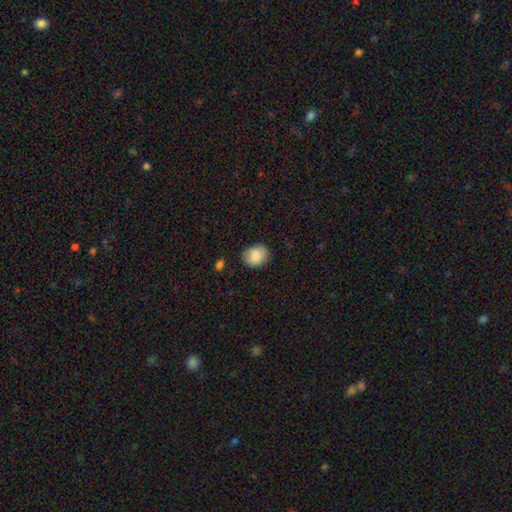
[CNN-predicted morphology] smooth-or-featured: smooth: 84% | featured or disk: 8% | star or artifact: 7%
  how-rounded: in between: 54% | round: 45% | cigar-shaped: 1%
  merging: none: 79% | minor disturbance: 16% | major disturbance: 3% | merger: 2%